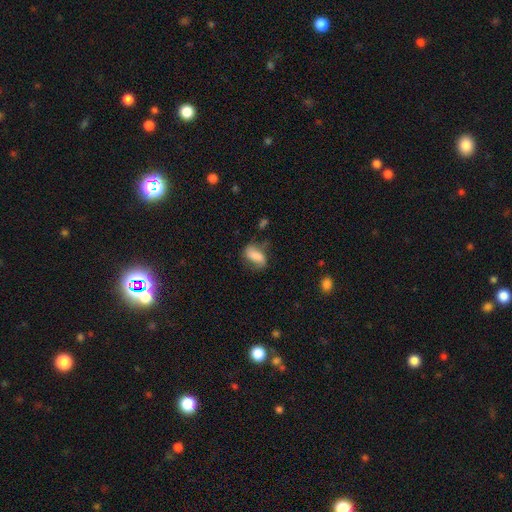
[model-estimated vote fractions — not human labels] smooth-or-featured: smooth: 66% | featured or disk: 25% | star or artifact: 9%
  how-rounded: in between: 87% | round: 7% | cigar-shaped: 7%
  merging: none: 52% | minor disturbance: 28% | major disturbance: 16% | merger: 3%